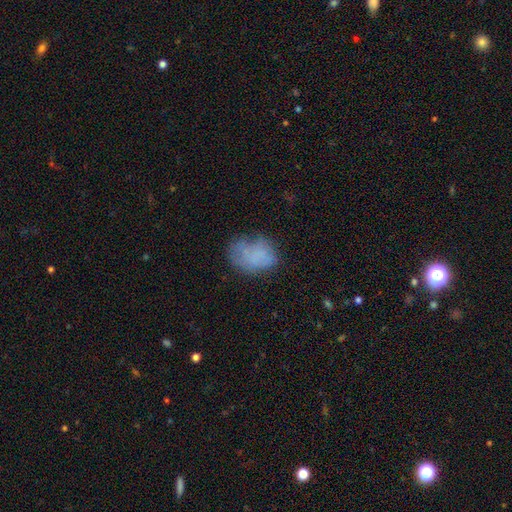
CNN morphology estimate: Q: Smooth or featured?
A: smooth (66%); runner-up: featured or disk (23%)
Q: How rounded?
A: in between (70%); runner-up: round (29%)
Q: Merging?
A: none (52%); runner-up: minor disturbance (27%)